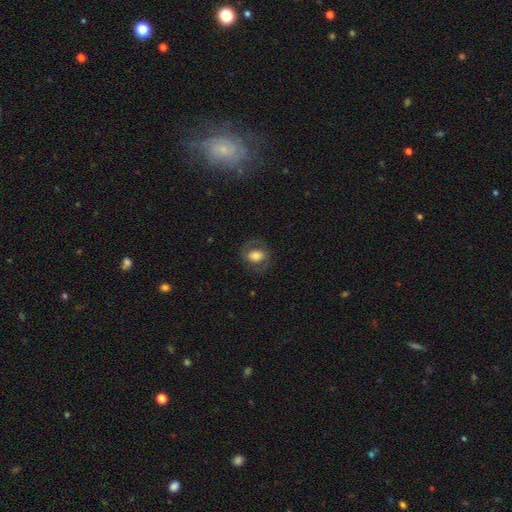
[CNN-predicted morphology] This is possibly a smooth galaxy (52%). How rounded: possibly in between (56%). Merging: likely none (74%).